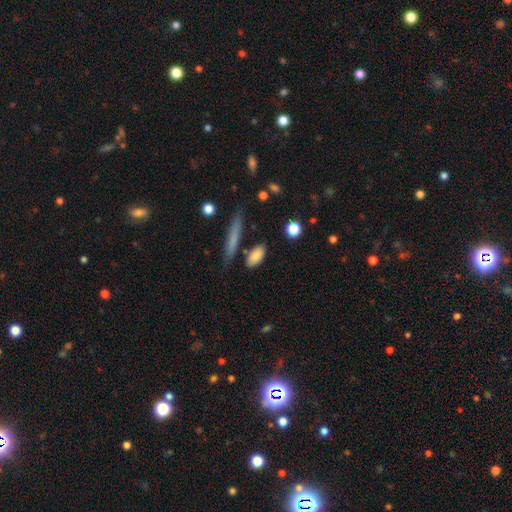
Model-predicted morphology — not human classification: A smooth galaxy with no disk features (84%) that is in between round and cigar-shaped (81%).

Vote fractions:
- Smooth or featured? smooth: 84% / featured or disk: 9% / star or artifact: 7%
- How rounded? in between: 81% / cigar-shaped: 14% / round: 5%
- Merging? none: 77% / minor disturbance: 14% / merger: 6% / major disturbance: 4%